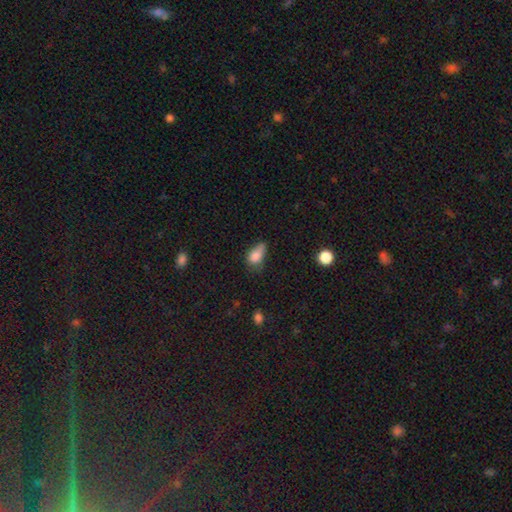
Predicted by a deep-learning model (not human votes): Q: Smooth or featured?
A: smooth (80%); runner-up: featured or disk (10%)
Q: How rounded?
A: in between (83%); runner-up: round (12%)
Q: Merging?
A: minor disturbance (43%); runner-up: none (30%)